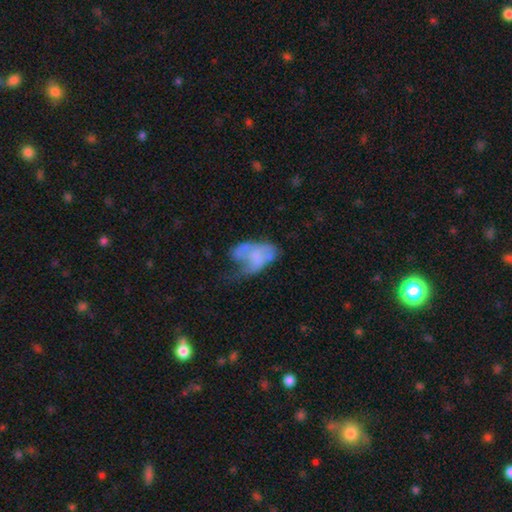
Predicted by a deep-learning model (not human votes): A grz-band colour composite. It shows a featured or disk galaxy (52%) with no bar (81%), no spiral arms (64%) and no central bulge (61%). Merging: major disturbance (47%).